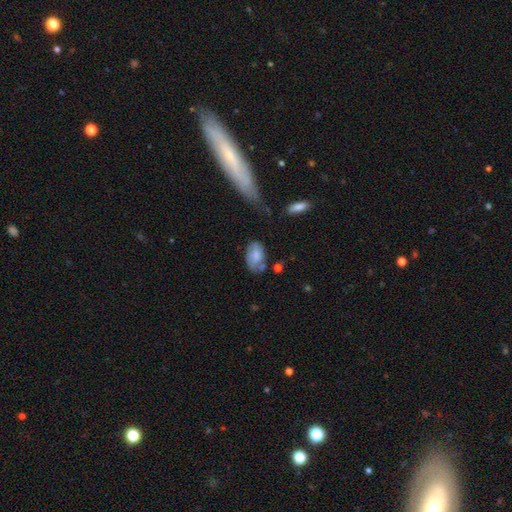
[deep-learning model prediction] smooth 66%, featured or disk 27%, star or artifact 7%. Down the decision tree: how rounded — in between (90%); merging — none (52%).